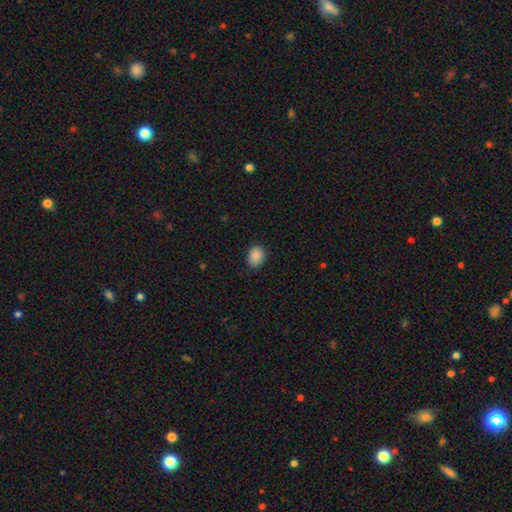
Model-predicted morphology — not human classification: smooth 88%, star or artifact 8%, featured or disk 4%. Down the decision tree: how rounded — in between (55%); merging — none (84%).